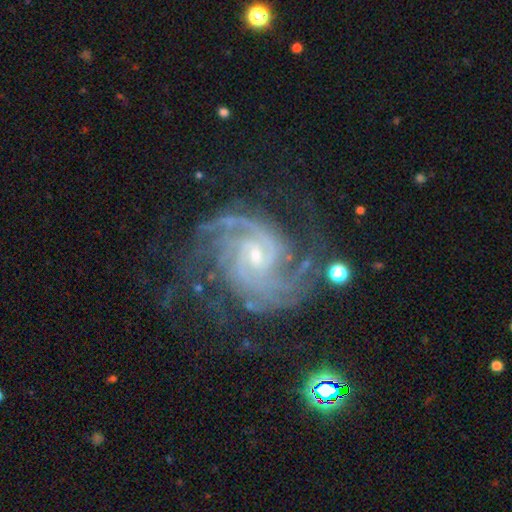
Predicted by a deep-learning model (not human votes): This appears to be a featured or disk galaxy (92%) with a weak bar (49%), 2 (42%) tight (55%) spiral arms (99%) and a small central bulge (63%). Merging: none (68%).